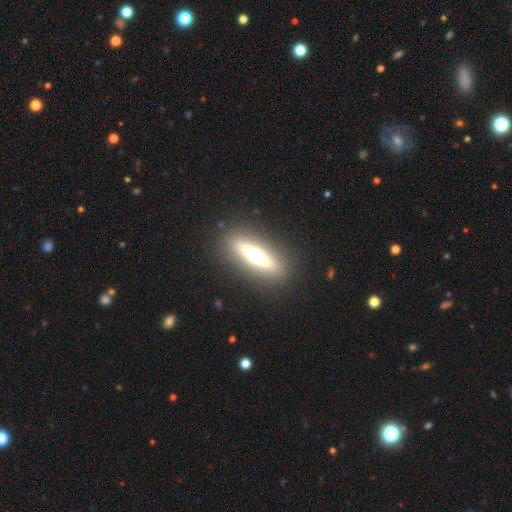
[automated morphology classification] A featured or disk galaxy (58%) viewed edge-on (87%) with a rounded central bulge (93%). Merging: none (88%).